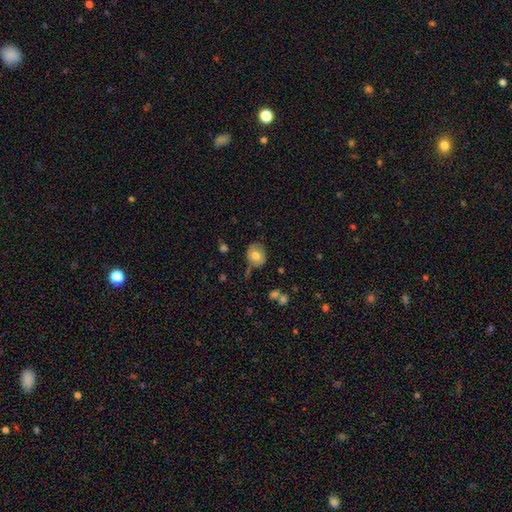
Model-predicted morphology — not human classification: Smooth or featured: smooth — 72% (featured or disk — 19%)
How rounded: round — 59% (in between — 40%)
Merging: none — 71% (minor disturbance — 20%)